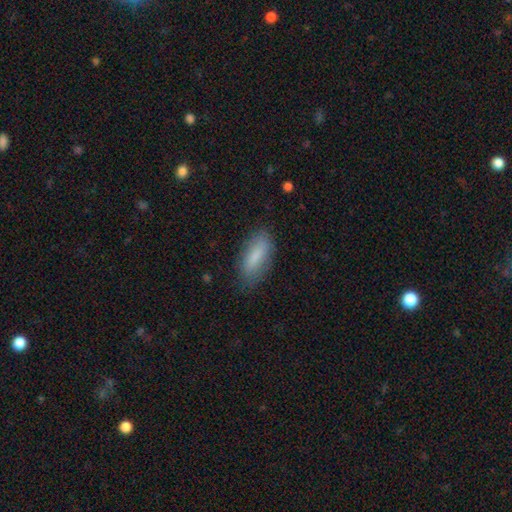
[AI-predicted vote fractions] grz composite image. It shows a smooth galaxy with no disk features (80%) that is in between round and cigar-shaped (70%). Merging: none (78%).